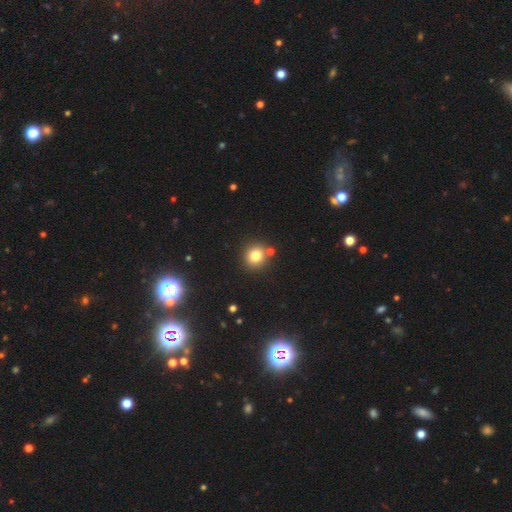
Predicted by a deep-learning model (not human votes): A smooth galaxy with no disk features (79%) that is round (88%).

Vote fractions:
- Smooth or featured? smooth: 79% / star or artifact: 14% / featured or disk: 8%
- How rounded? round: 88% / in between: 11% / cigar-shaped: 1%
- Merging? none: 79% / merger: 11% / minor disturbance: 8% / major disturbance: 2%